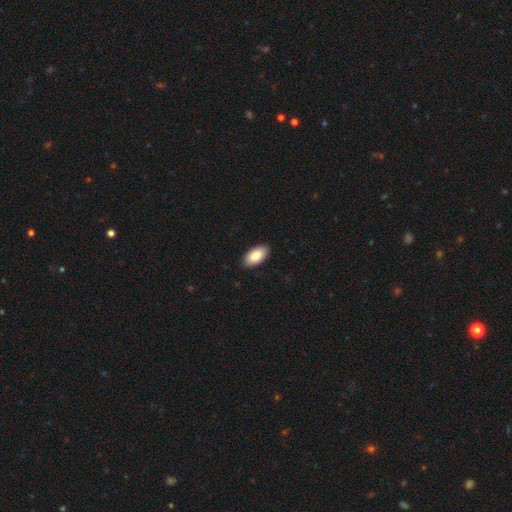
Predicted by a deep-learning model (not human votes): Morphology: type=smooth (85%); roundness=in between (95%); merging=none (90%).